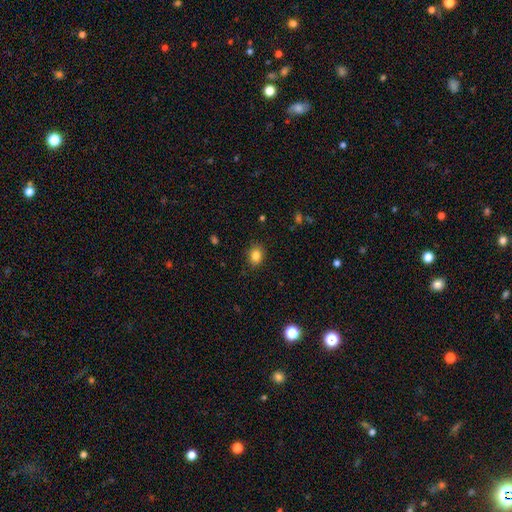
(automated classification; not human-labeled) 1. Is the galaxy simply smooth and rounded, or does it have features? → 84% smooth, 10% star or artifact, 5% featured or disk.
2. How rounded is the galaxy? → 53% round, 46% in between, 1% cigar-shaped.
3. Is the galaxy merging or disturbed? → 86% none, 11% minor disturbance, 3% major disturbance, 1% merger.